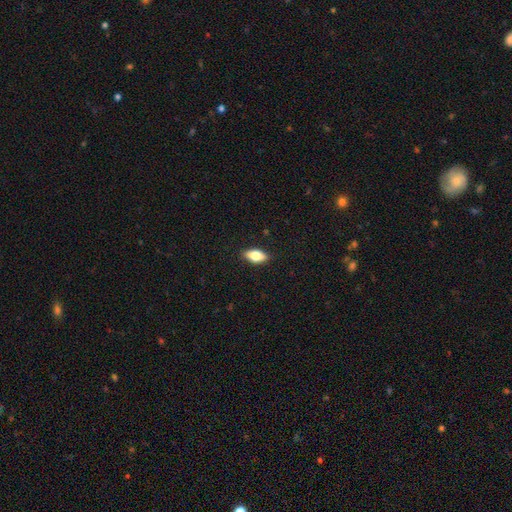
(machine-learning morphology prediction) The model was most divided on "smooth or featured": smooth: 74%, featured or disk: 19%, star or artifact: 7%. More confident: merging — none (87%); how rounded — in between (87%).